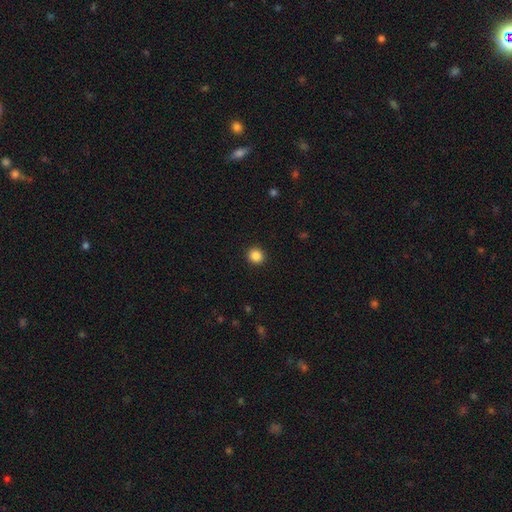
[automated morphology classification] This appears to be a smooth galaxy with no disk features (87%) that is round (89%). Merging: none (93%).